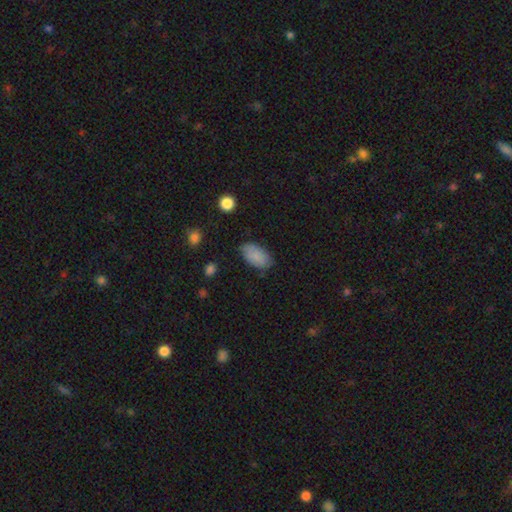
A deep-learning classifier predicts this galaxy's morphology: smooth 85%, featured or disk 8%, star or artifact 7%. Down the decision tree: how rounded — in between (94%); merging — none (78%).